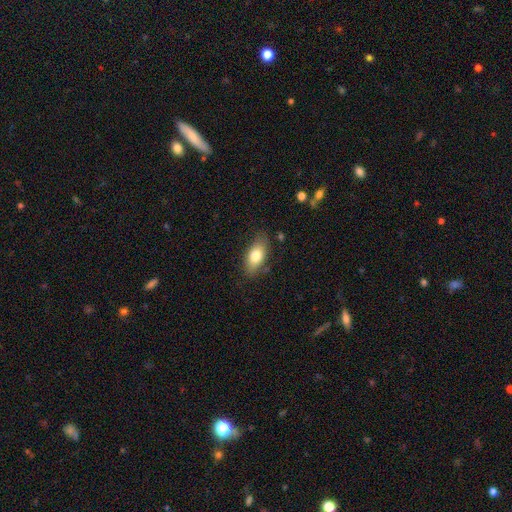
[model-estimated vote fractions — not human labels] Smooth or featured? smooth (77%)
How rounded? in between (87%)
Merging? none (78%)